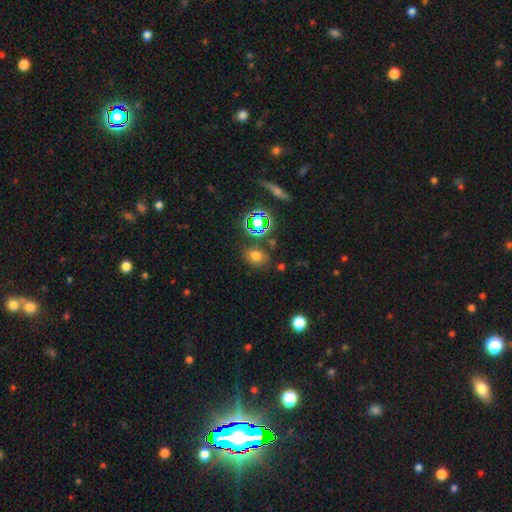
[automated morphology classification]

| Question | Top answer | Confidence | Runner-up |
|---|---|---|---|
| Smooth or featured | smooth | 64% | star or artifact (26%) |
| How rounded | in between | 57% | round (41%) |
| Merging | none | 76% | minor disturbance (13%) |